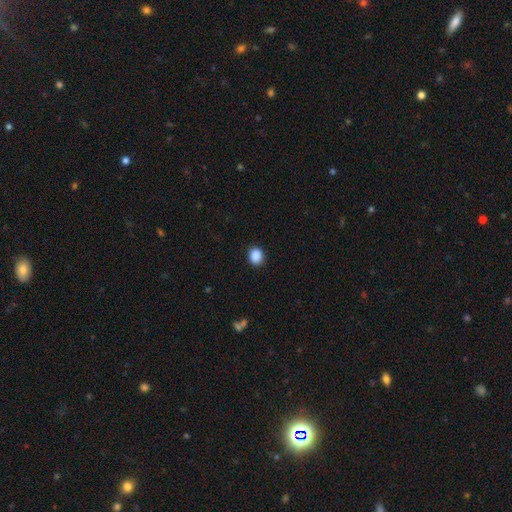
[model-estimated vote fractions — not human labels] Morphology: type=smooth (89%); roundness=round (63%); merging=none (89%).